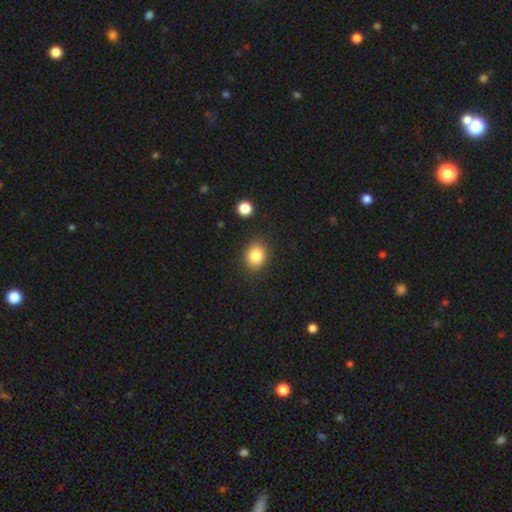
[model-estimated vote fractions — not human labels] Smooth or featured: smooth — 85% (star or artifact — 10%)
How rounded: round — 60% (in between — 39%)
Merging: none — 86% (minor disturbance — 9%)